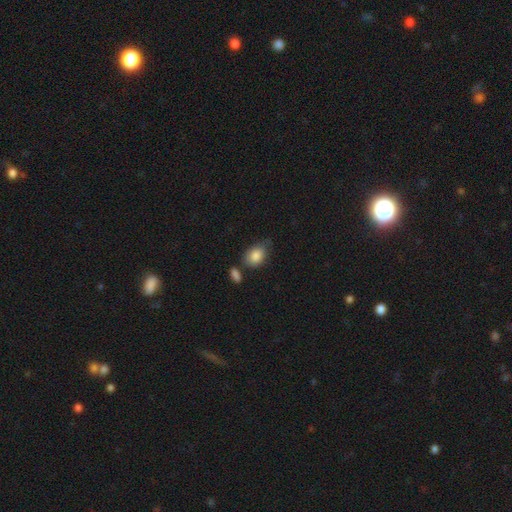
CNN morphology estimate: The model was most divided on "merging": none: 57%, minor disturbance: 26%, merger: 12%, major disturbance: 6%. More confident: smooth or featured — smooth (85%); how rounded — in between (73%).